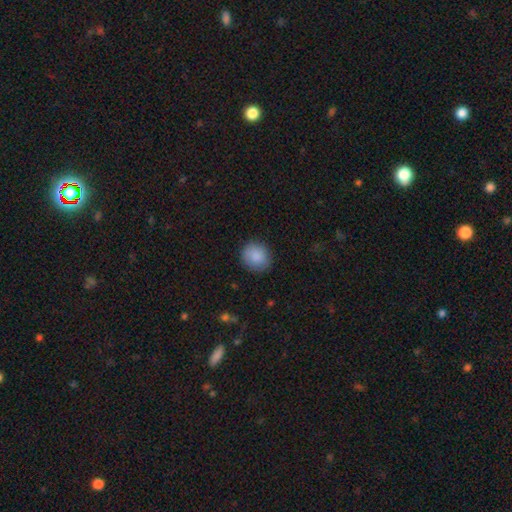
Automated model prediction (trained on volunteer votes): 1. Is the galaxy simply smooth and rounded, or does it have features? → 88% smooth, 7% star or artifact, 4% featured or disk.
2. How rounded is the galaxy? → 80% round, 19% in between, 1% cigar-shaped.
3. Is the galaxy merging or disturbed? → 86% none, 11% minor disturbance, 3% major disturbance, 1% merger.